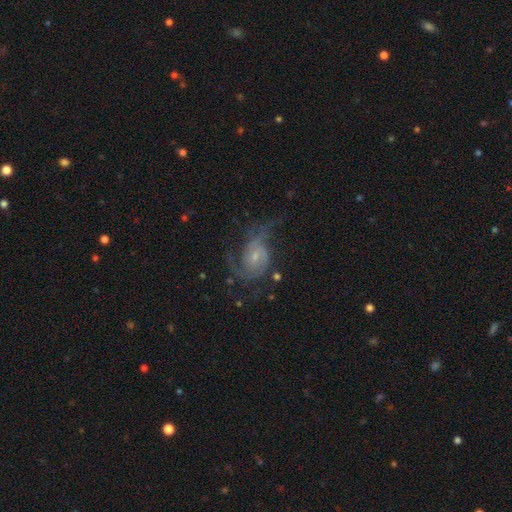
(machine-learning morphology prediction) smooth-or-featured: featured or disk: 81% | smooth: 11% | star or artifact: 8%
  disk-edge-on: no: 97% | yes: 3%
    bar: no: 60% | weak: 34% | strong: 6%
    has-spiral-arms: yes: 92% | no: 8%
      spiral-winding: medium: 46% | loose: 32% | tight: 22%
      spiral-arm-count: 2: 61% | can't tell: 14% | 3: 11% | 1: 7% | 4: 4% | more than 4: 3%
    bulge-size: small: 67% | moderate: 25% | none: 4% | large: 2% | dominant: 1%
  merging: none: 50% | major disturbance: 28% | minor disturbance: 20% | merger: 3%